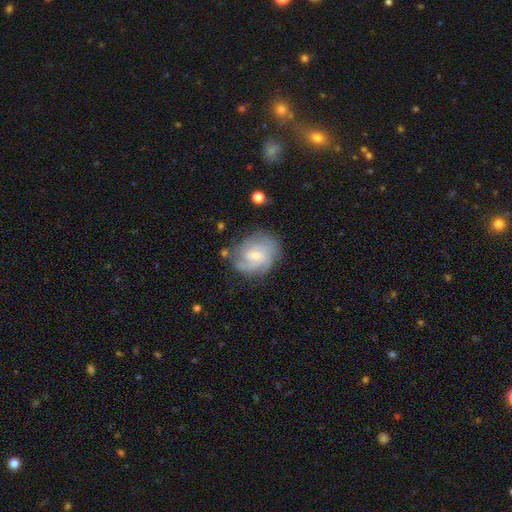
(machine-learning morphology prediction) This is likely a featured or disk galaxy (79%). It is clearly not viewed edge-on (98%). Bar: possibly weak (54%). Spiral arm pattern: clearly yes (94%). Spiral arm count: marginally can't tell (31%). Spiral winding: possibly tight (54%). Central bulge: possibly small (59%). Merging: likely none (69%).